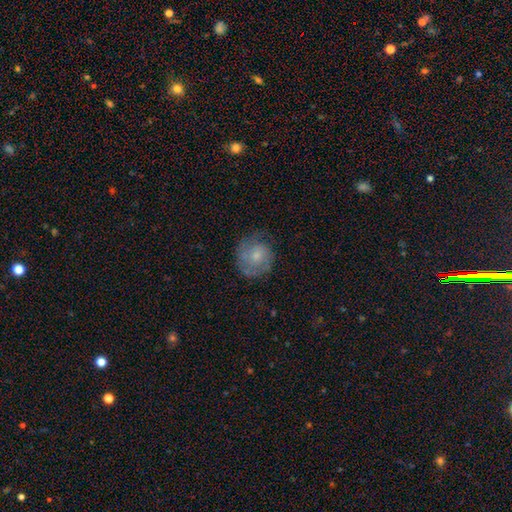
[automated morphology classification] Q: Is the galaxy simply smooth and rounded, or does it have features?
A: smooth — 50%.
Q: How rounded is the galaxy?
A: round — 87%.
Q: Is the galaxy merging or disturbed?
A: none — 65%.